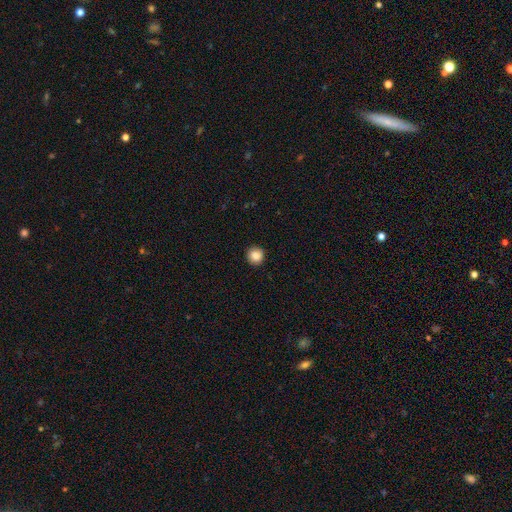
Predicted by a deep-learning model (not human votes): The model was most divided on "smooth or featured": smooth: 87%, star or artifact: 10%, featured or disk: 3%. More confident: how rounded — round (94%); merging — none (92%).